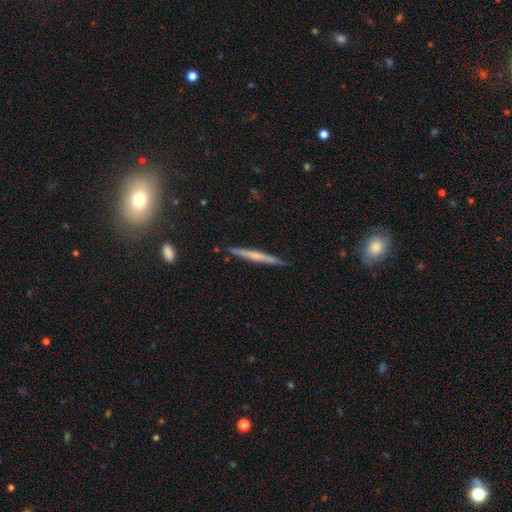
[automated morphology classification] This appears to be a featured or disk galaxy (54%) viewed edge-on (97%) with no central bulge (49%). Merging: none (88%).